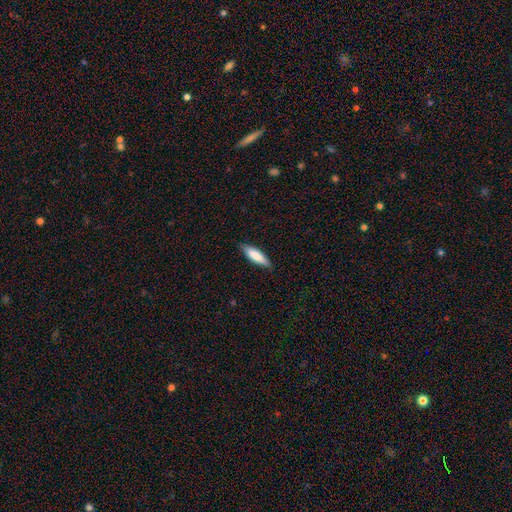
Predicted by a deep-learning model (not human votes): A smooth galaxy with no disk features (80%) that is cigar-shaped (61%). Merging: none (83%).